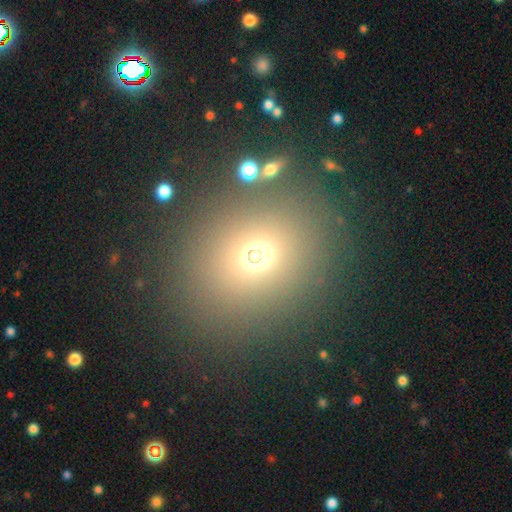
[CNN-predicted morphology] Overall: smooth (64%; star or artifact 26%). How rounded: round (75%). Merging: none (84%).